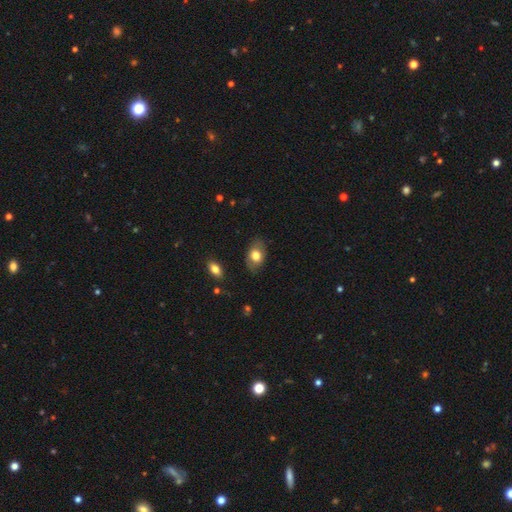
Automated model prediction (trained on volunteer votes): A smooth galaxy with no disk features (73%) that is in between round and cigar-shaped (83%). Merging: none (79%).